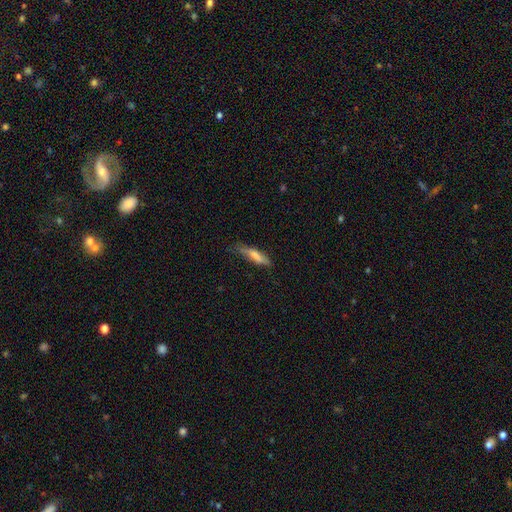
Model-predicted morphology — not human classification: type=smooth (69%); roundness=cigar-shaped (77%); merging=none (59%).